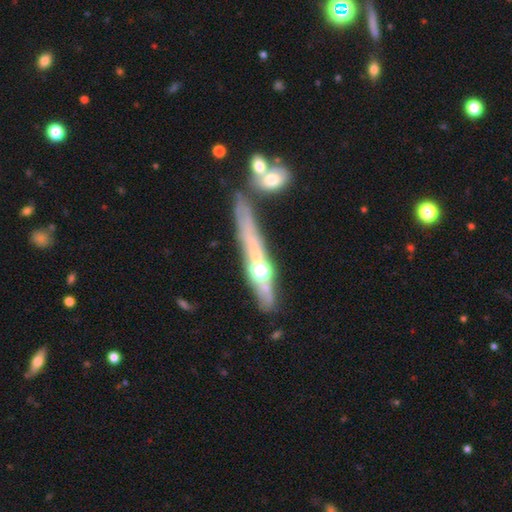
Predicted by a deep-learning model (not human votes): Q: Smooth or featured?
A: featured or disk (62%); runner-up: smooth (27%)
Q: Edge-on disk?
A: yes (85%); runner-up: no (15%)
Q: Edge-on bulge?
A: rounded (72%); runner-up: none (21%)
Q: Merging?
A: none (53%); runner-up: merger (22%)